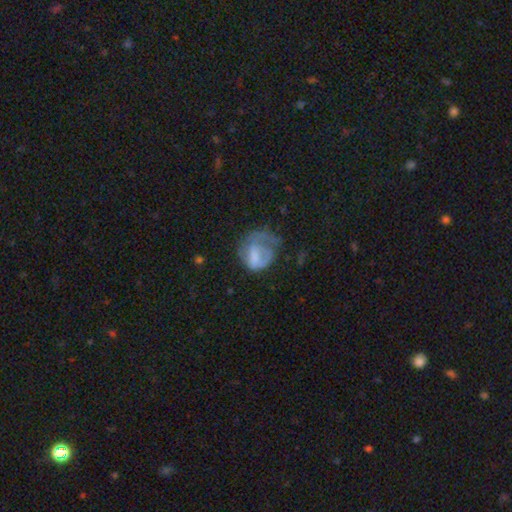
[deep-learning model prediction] Smooth or featured? Predicted: smooth (p=0.51). How rounded? Predicted: round (p=0.62). Merging? Predicted: major disturbance (p=0.47).